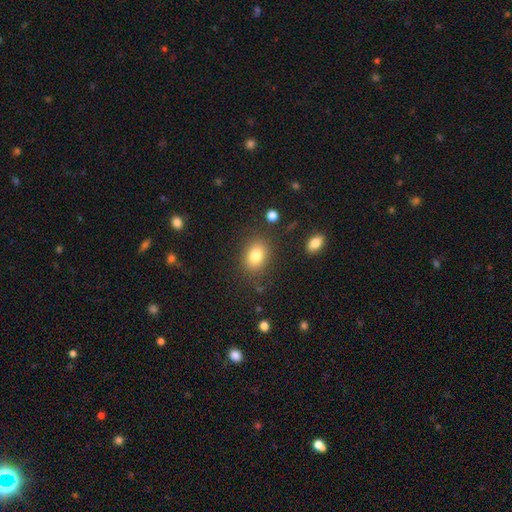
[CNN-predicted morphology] This is clearly a smooth galaxy (81%). How rounded: likely in between (67%). Merging: clearly none (83%).